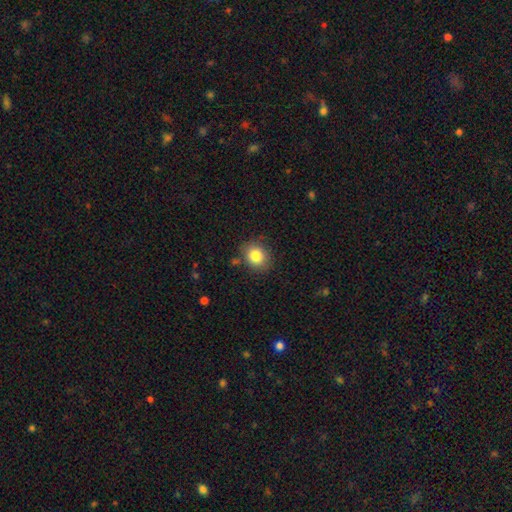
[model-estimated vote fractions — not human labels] This is clearly a smooth galaxy (83%). How rounded: likely round (69%). Merging: clearly none (82%).